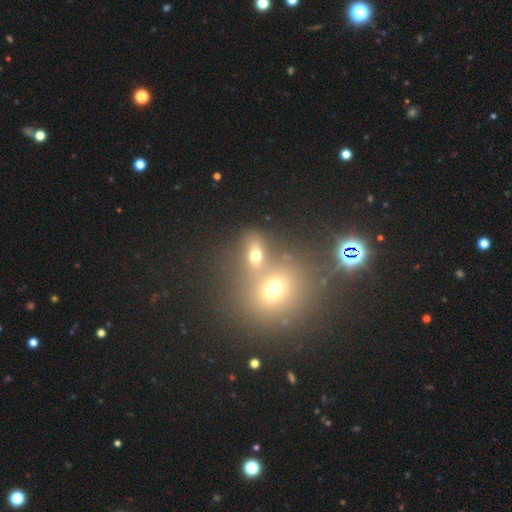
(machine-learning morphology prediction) smooth-or-featured: smooth: 67% | star or artifact: 19% | featured or disk: 13%
  how-rounded: round: 52% | in between: 46% | cigar-shaped: 2%
  merging: merger: 46% | none: 42% | minor disturbance: 7% | major disturbance: 5%